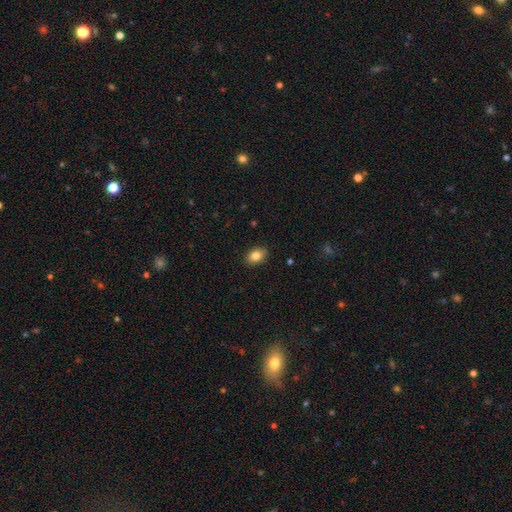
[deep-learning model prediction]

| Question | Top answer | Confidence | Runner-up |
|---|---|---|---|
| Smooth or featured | smooth | 83% | featured or disk (9%) |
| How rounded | in between | 78% | round (21%) |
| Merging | none | 86% | minor disturbance (11%) |